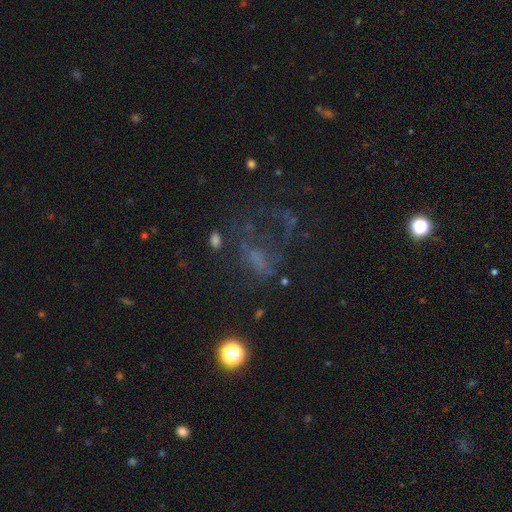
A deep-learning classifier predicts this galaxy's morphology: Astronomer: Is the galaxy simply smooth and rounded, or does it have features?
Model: featured or disk — 39% (runner-up: star or artifact, 35%).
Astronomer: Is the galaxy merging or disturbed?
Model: major disturbance — 42% (runner-up: none, 37%).